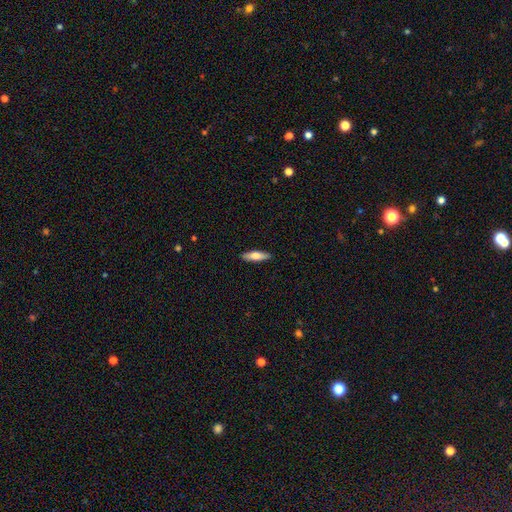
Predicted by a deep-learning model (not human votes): Smooth or featured? Predicted: smooth (p=0.65). How rounded? Predicted: cigar-shaped (p=0.62). Merging? Predicted: none (p=0.90).